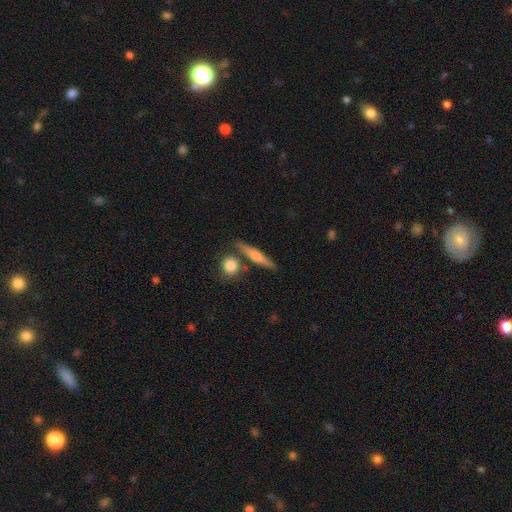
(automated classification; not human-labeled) featured or disk 48%, smooth 45%, star or artifact 7%. Down the decision tree: merging — none (78%).